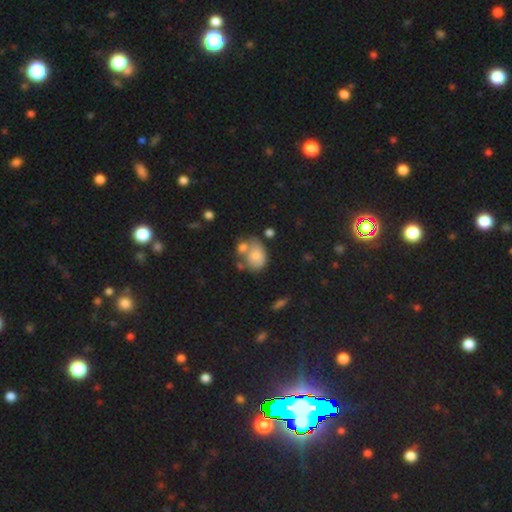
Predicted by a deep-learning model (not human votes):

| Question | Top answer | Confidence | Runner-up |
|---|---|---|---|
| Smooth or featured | smooth | 74% | featured or disk (17%) |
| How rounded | in between | 66% | round (33%) |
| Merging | merger | 35% | none (33%) |